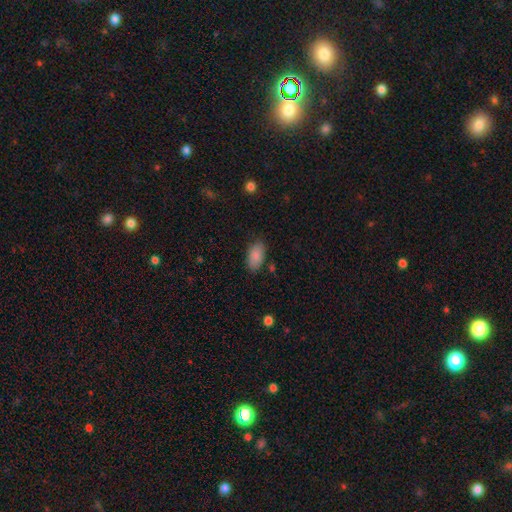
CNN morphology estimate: Smooth or featured? Predicted: smooth (p=0.87). How rounded? Predicted: in between (p=0.94). Merging? Predicted: none (p=0.82).